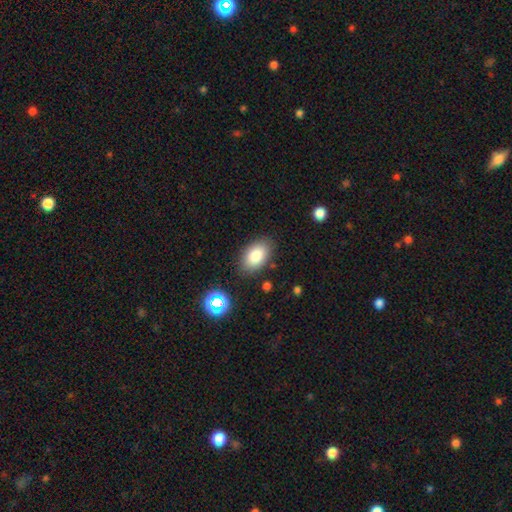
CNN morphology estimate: Q: Smooth or featured?
A: smooth (82%); runner-up: star or artifact (9%)
Q: How rounded?
A: in between (91%); runner-up: round (7%)
Q: Merging?
A: none (84%); runner-up: minor disturbance (11%)